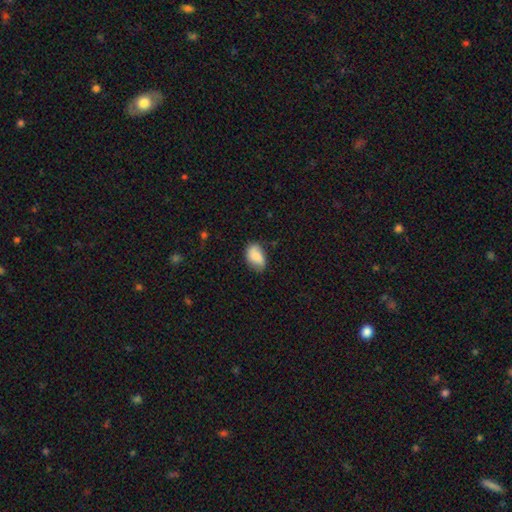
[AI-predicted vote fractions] Q: Smooth or featured?
A: smooth (75%); runner-up: featured or disk (17%)
Q: How rounded?
A: in between (88%); runner-up: round (10%)
Q: Merging?
A: none (65%); runner-up: minor disturbance (27%)